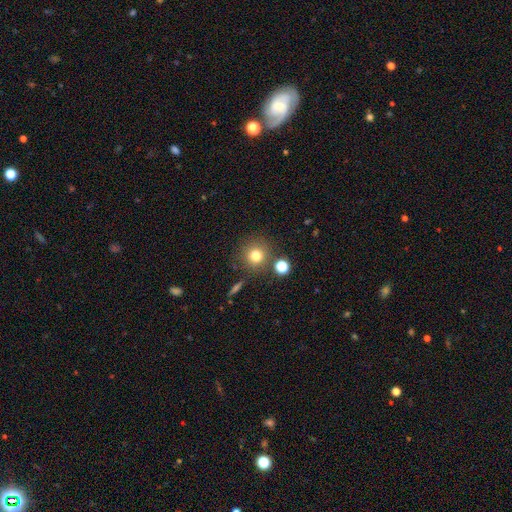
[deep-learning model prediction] Q: Smooth or featured?
A: smooth (77%); runner-up: star or artifact (14%)
Q: How rounded?
A: round (92%); runner-up: in between (7%)
Q: Merging?
A: none (81%); runner-up: minor disturbance (9%)